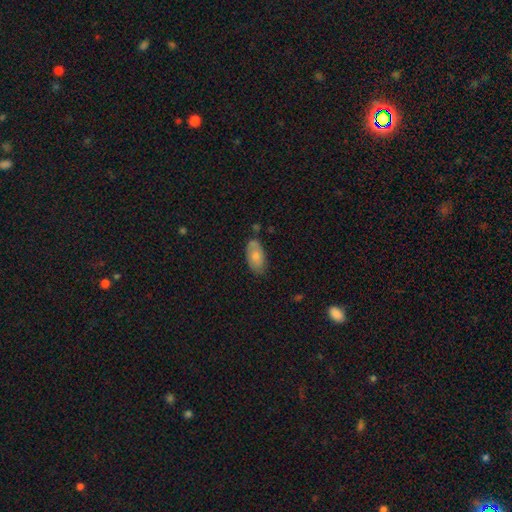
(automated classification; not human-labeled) Smooth or featured: smooth — 73% (featured or disk — 20%)
How rounded: in between — 93% (round — 4%)
Merging: none — 70% (minor disturbance — 22%)